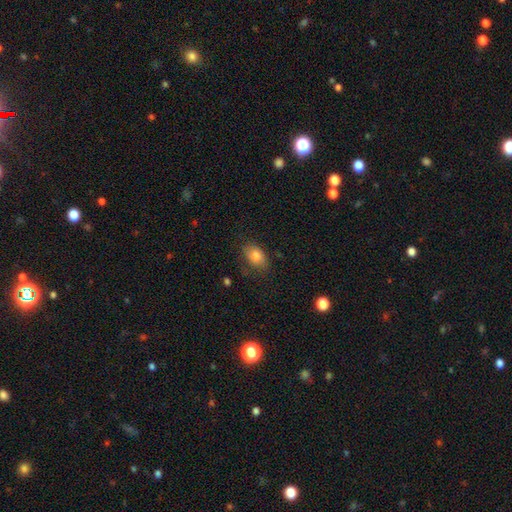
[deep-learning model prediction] This appears to be a smooth galaxy with no disk features (82%) that is in between round and cigar-shaped (85%). Merging: none (73%).